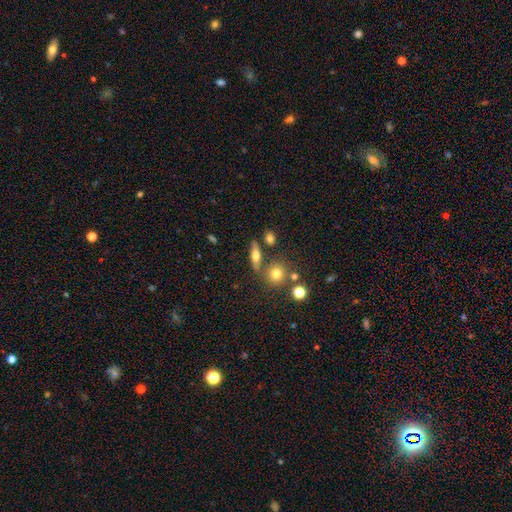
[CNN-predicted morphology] The model was most divided on "how rounded": in between: 46%, cigar-shaped: 38%, round: 15%. More confident: merging — none (72%); smooth or featured — smooth (53%).